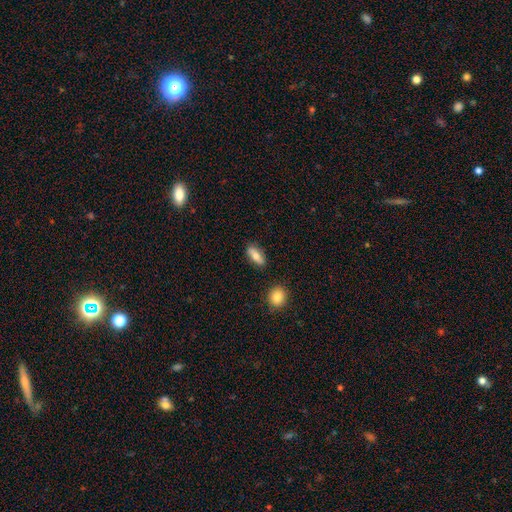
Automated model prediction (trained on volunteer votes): Overall: smooth (73%). How rounded: in between (72%). Merging: none (84%).